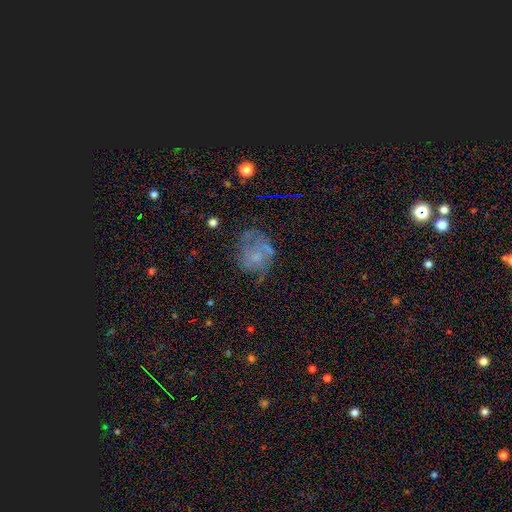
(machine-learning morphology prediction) A featured or disk galaxy (54%) with no bar (82%), spiral arms (57%) and a small central bulge (51%). Merging: none (47%).